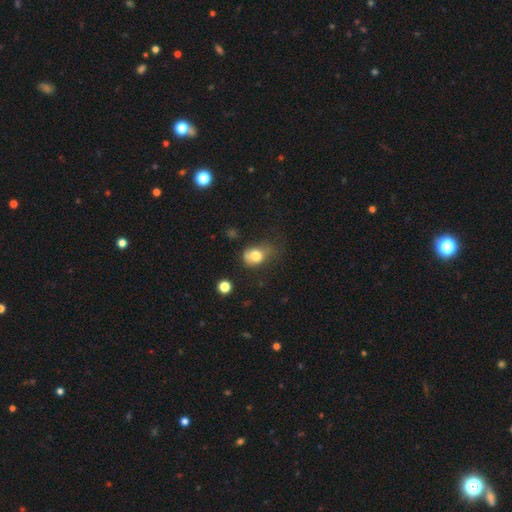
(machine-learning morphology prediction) type=smooth (74%); roundness=in between (61%); merging=minor disturbance (35%).